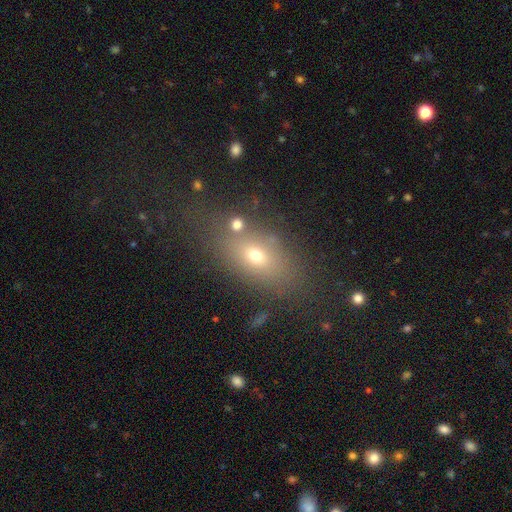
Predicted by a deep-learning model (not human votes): Morphology: type=smooth (62%); roundness=in between (74%); merging=none (66%).